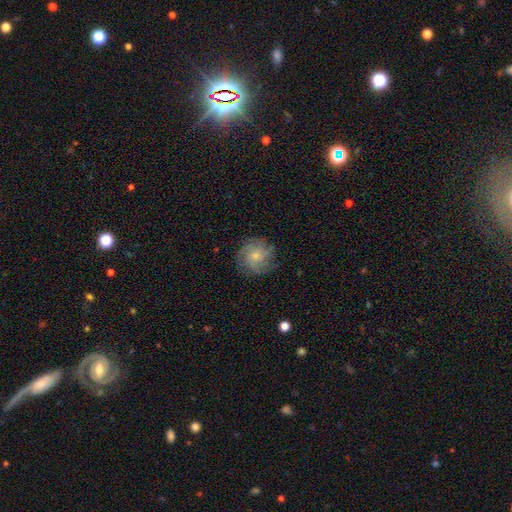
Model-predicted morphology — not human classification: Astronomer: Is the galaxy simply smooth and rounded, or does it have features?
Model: featured or disk — 54% (runner-up: smooth, 35%).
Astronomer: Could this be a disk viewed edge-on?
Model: no — 97%.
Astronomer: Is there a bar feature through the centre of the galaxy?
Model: no — 80%.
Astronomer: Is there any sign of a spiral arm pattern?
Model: yes — 87%.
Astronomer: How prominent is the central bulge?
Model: small — 59%.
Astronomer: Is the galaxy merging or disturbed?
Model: none — 77%.